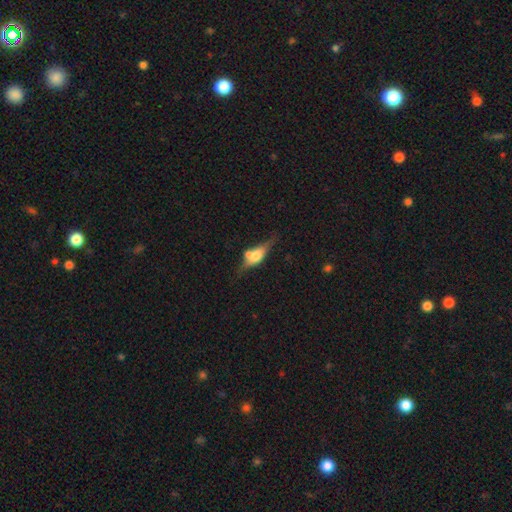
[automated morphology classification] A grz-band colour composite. It shows a featured or disk galaxy (56%) viewed edge-on (85%). Merging: none (56%).